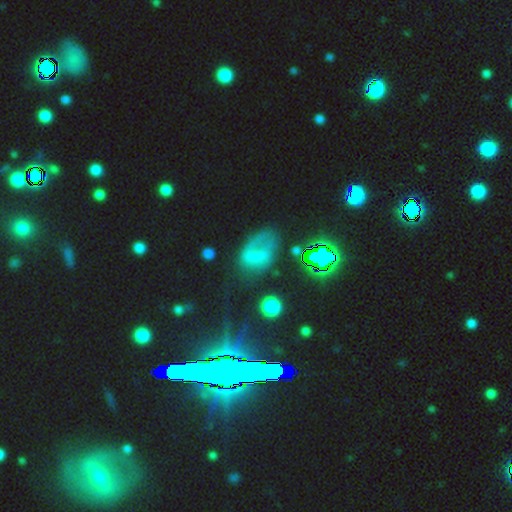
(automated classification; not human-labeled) A smooth galaxy with no disk features (40%).

Vote fractions:
- Smooth or featured? smooth: 40% / featured or disk: 36% / star or artifact: 24%
- Merging? major disturbance: 39% / none: 32% / minor disturbance: 24% / merger: 6%